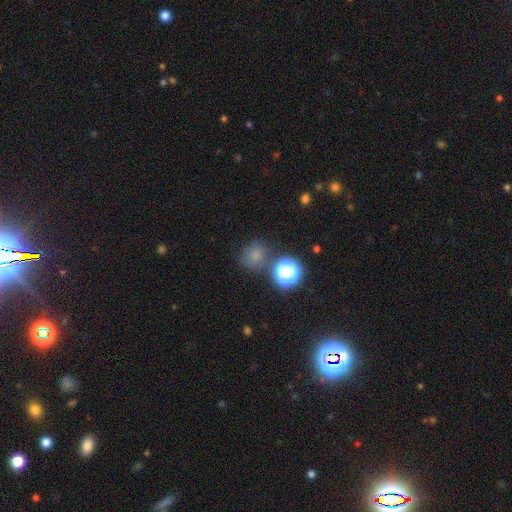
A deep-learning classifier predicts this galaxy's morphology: smooth 72%, star or artifact 20%, featured or disk 8%. Down the decision tree: how rounded — round (80%); merging — none (66%).